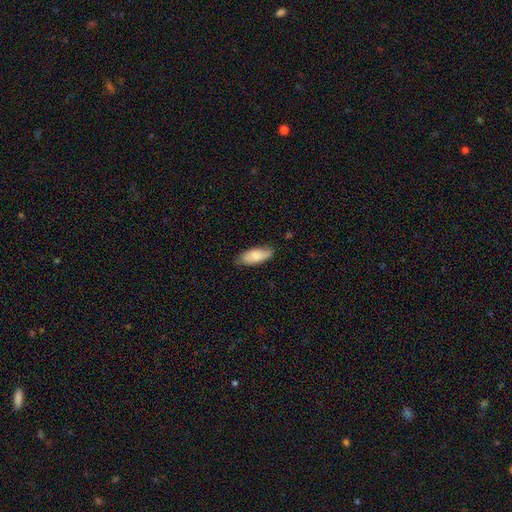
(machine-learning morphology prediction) type=smooth (80%); roundness=in between (80%); merging=none (75%).